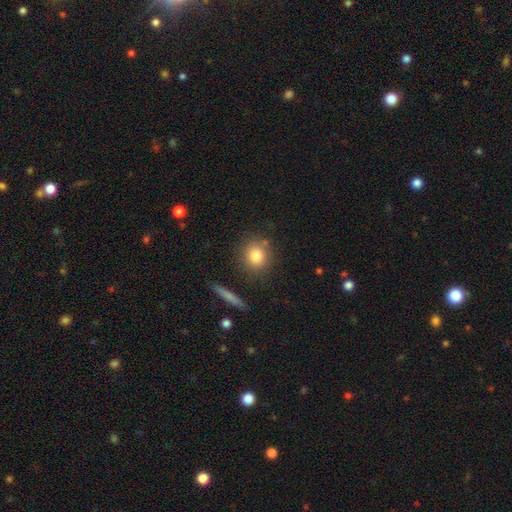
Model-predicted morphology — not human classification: Q: Smooth or featured?
A: smooth (81%); runner-up: star or artifact (10%)
Q: How rounded?
A: round (84%); runner-up: in between (15%)
Q: Merging?
A: none (81%); runner-up: minor disturbance (9%)